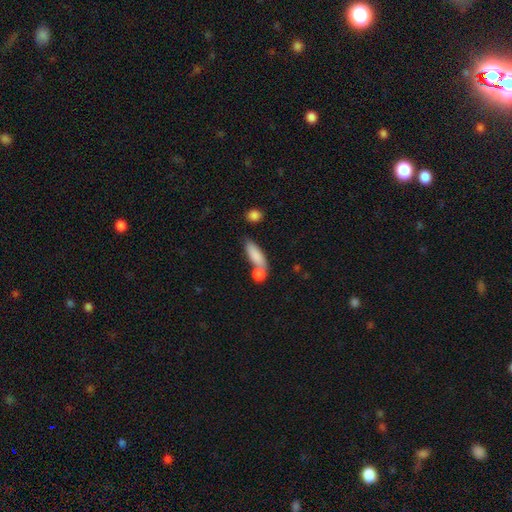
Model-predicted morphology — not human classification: The model was most divided on "how rounded": in between: 56%, cigar-shaped: 40%, round: 5%. Remaining: smooth or featured — smooth (83%); merging — none (49%).